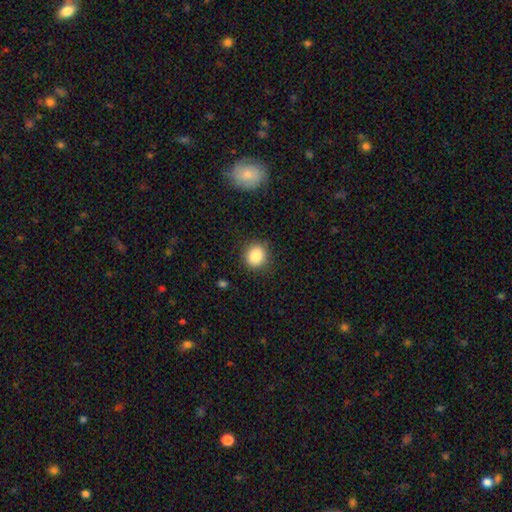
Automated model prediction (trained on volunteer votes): smooth 87%, star or artifact 9%, featured or disk 4%. Down the decision tree: how rounded — round (84%); merging — none (85%).